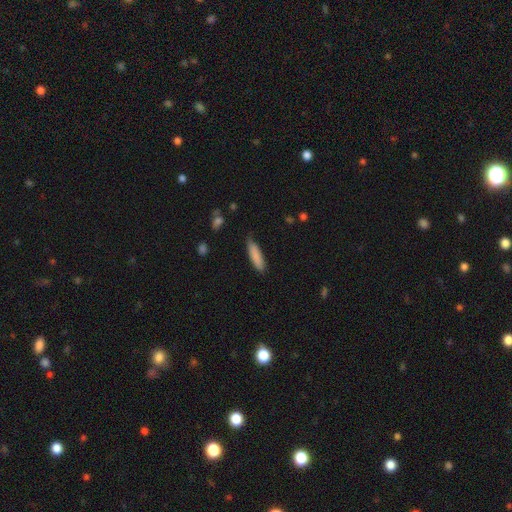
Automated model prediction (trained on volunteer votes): The model was most divided on "how rounded": cigar-shaped: 70%, in between: 28%, round: 1%. More confident: smooth or featured — smooth (86%); merging — none (81%).